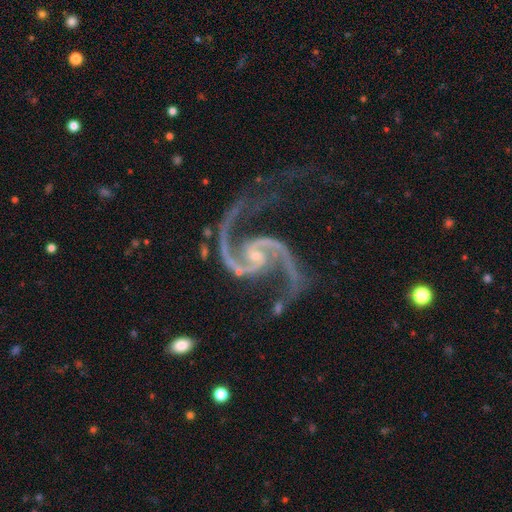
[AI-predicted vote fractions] A featured or disk galaxy (95%) with no bar (46%), 2 (94%) medium (60%) spiral arms (99%) and a small central bulge (76%).

Vote fractions:
- Smooth or featured? featured or disk: 95% / star or artifact: 4% / smooth: 2%
- Edge-on disk? no: 98% / yes: 2%
- Bar? no: 46% / weak: 37% / strong: 17%
- Spiral arms? yes: 99% / no: 1%
- Spiral winding? medium: 60% / loose: 29% / tight: 11%
- Spiral arm count? 2: 94% / 3: 1% / can't tell: 1% / 1: 1% / 4: 1% / more than 4: 1%
- Bulge size? small: 76% / moderate: 16% / none: 6% / large: 1% / dominant: 1%
- Merging? none: 61% / minor disturbance: 20% / major disturbance: 16% / merger: 4%